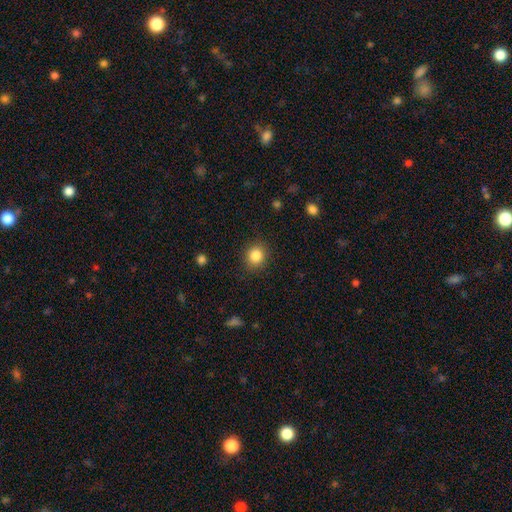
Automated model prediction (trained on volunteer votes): Morphology: type=smooth (85%); roundness=round (78%); merging=none (88%).